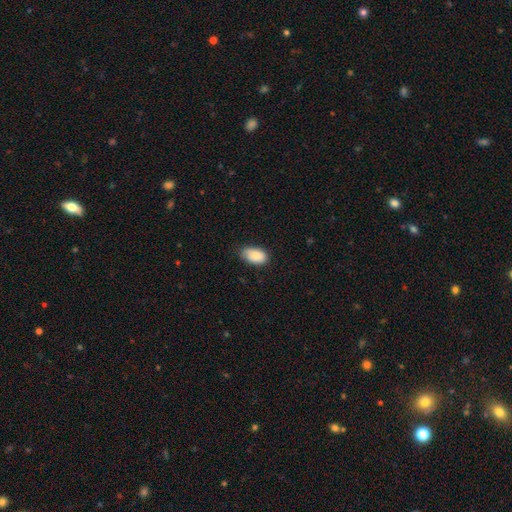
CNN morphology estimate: A smooth galaxy with no disk features (88%) that is in between round and cigar-shaped (94%).

Vote fractions:
- Smooth or featured? smooth: 88% / star or artifact: 7% / featured or disk: 6%
- How rounded? in between: 94% / round: 5% / cigar-shaped: 2%
- Merging? none: 72% / minor disturbance: 24% / major disturbance: 3% / merger: 1%